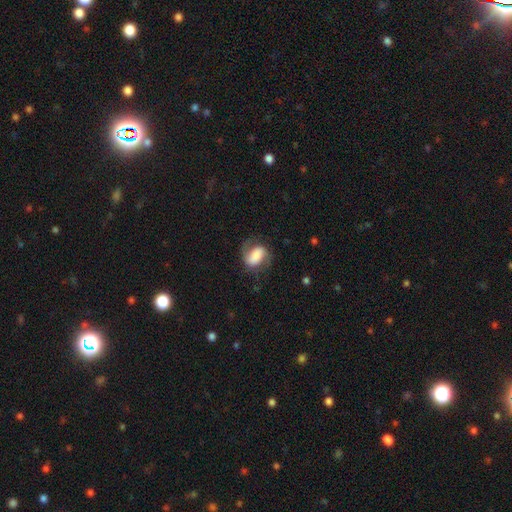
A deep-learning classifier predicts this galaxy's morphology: Smooth or featured?
  - featured or disk: 57% *
  - smooth: 35%
  - star or artifact: 8%
Edge-on disk?
  - no: 97% *
  - yes: 3%
Bar?
  - weak: 36% *
  - no: 34%
  - strong: 30%
Spiral arms?
  - yes: 89% *
  - no: 11%
Bulge size?
  - large: 34% *
  - moderate: 28%
  - small: 17%
  - dominant: 12%
  - none: 10%
Merging?
  - none: 64% *
  - minor disturbance: 21%
  - major disturbance: 13%
  - merger: 1%